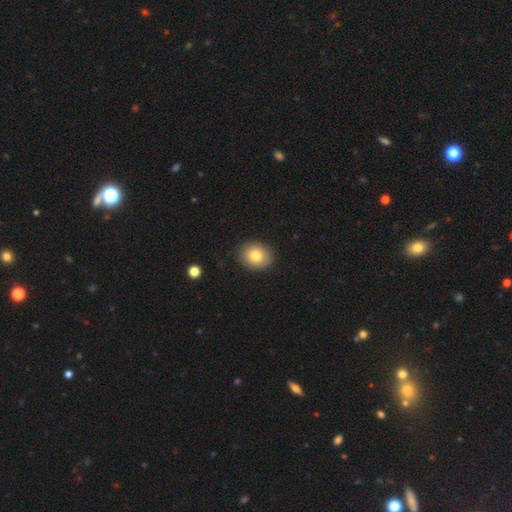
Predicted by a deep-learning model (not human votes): Smooth or featured? smooth (80%)
How rounded? round (54%)
Merging? none (88%)